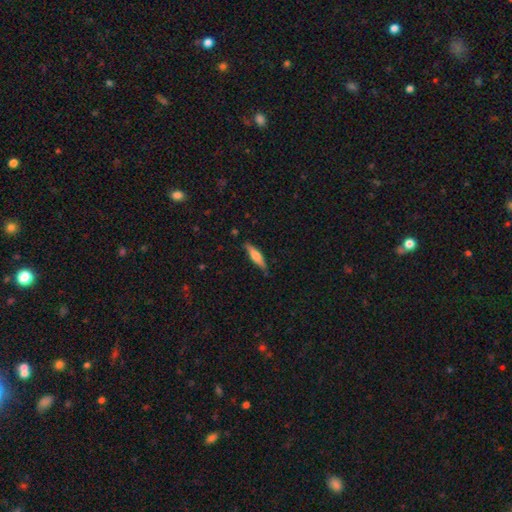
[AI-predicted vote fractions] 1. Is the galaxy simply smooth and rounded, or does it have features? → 50% smooth, 44% featured or disk, 6% star or artifact.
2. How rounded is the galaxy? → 77% cigar-shaped, 21% in between, 2% round.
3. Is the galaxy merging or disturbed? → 82% none, 14% minor disturbance, 3% major disturbance, 1% merger.